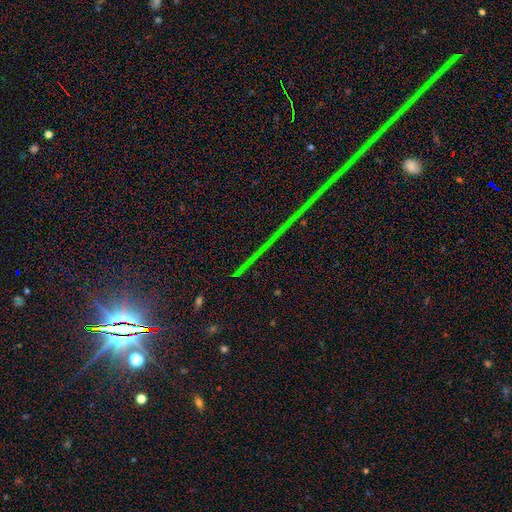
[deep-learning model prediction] This appears to be a star or artifact, not a galaxy (83%).